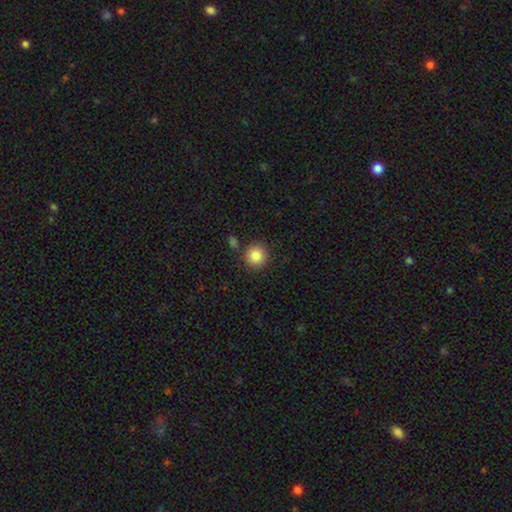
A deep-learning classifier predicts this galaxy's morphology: This appears to be a smooth galaxy with no disk features (86%) that is round (89%). Merging: none (82%).